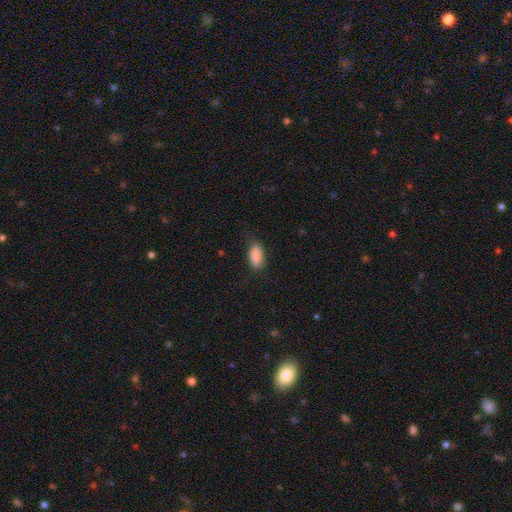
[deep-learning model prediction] This is clearly a smooth galaxy (87%). How rounded: clearly in between (88%). Merging: likely none (66%).